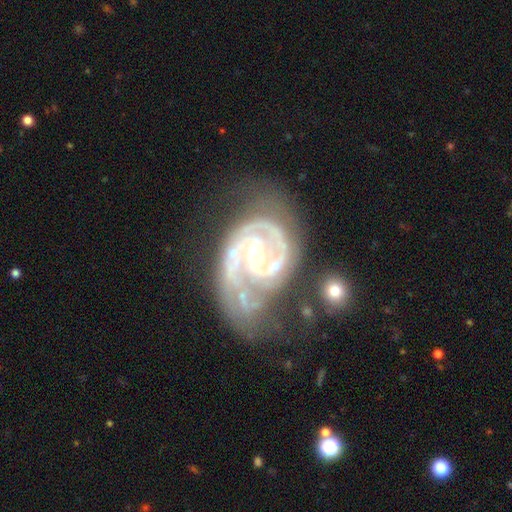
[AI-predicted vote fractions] Smooth or featured? featured or disk (92%)
Edge-on disk? no (98%)
Bar? weak (47%)
Spiral arms? yes (98%)
Spiral winding? tight (56%)
Spiral arm count? 2 (69%)
Bulge size? small (49%)
Merging? none (42%)